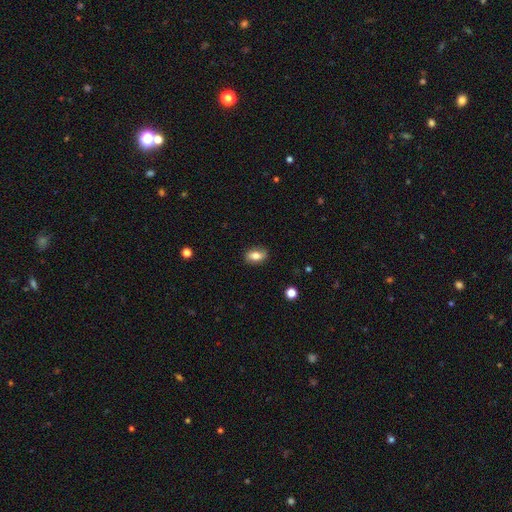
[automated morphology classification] A smooth galaxy with no disk features (77%) that is in between round and cigar-shaped (85%).

Vote fractions:
- Smooth or featured? smooth: 77% / featured or disk: 15% / star or artifact: 8%
- How rounded? in between: 85% / round: 12% / cigar-shaped: 3%
- Merging? none: 84% / minor disturbance: 12% / major disturbance: 3% / merger: 1%